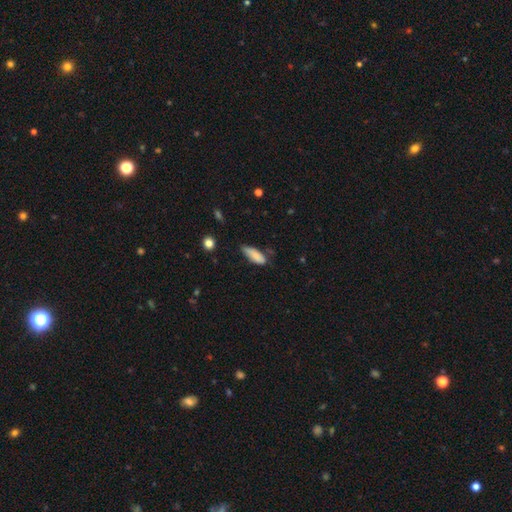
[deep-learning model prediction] Overall: smooth (84%). How rounded: in between (66%; cigar-shaped 32%). Merging: none (47%; minor disturbance 40%).